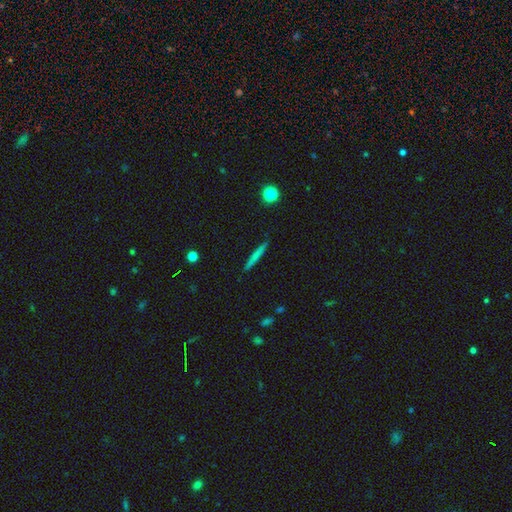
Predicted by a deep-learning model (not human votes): Morphology: type=smooth (64%); roundness=cigar-shaped (95%); merging=none (89%).